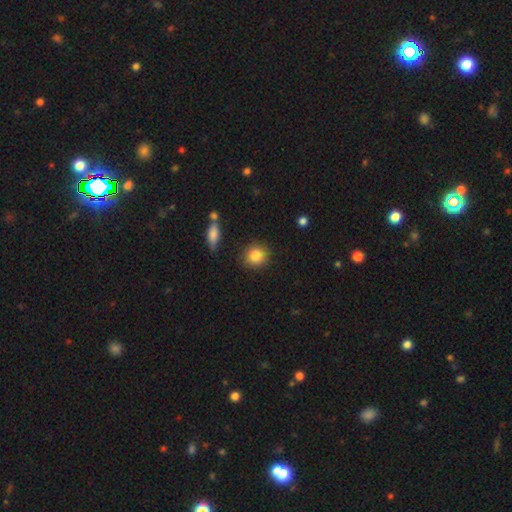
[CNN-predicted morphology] Overall: smooth (86%). How rounded: round (86%). Merging: none (85%).